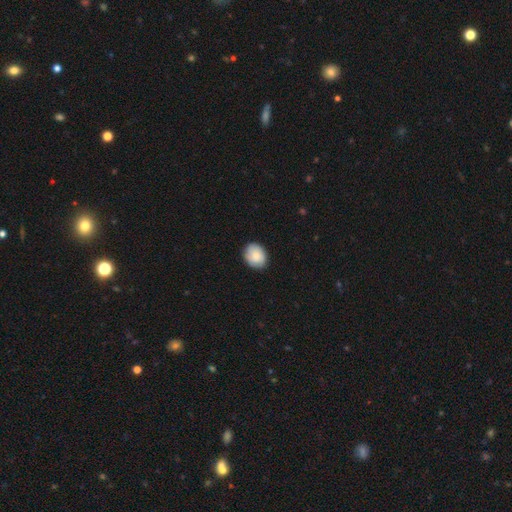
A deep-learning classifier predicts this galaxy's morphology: This appears to be a smooth galaxy with no disk features (84%) that is round (52%). Merging: none (86%).